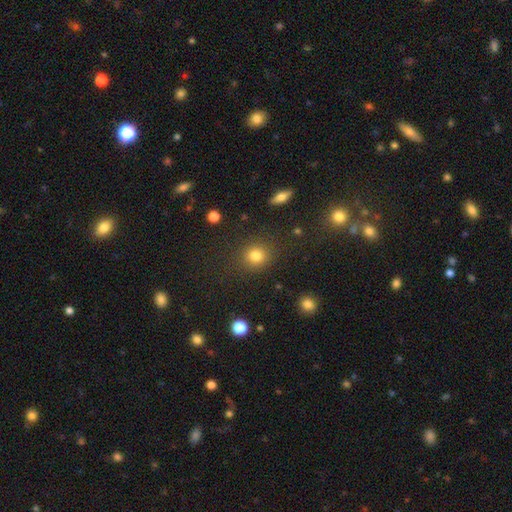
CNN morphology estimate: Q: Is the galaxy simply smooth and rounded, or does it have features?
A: smooth — 81%.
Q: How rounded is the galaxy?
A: round — 81%.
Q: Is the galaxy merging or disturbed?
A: none — 85%.